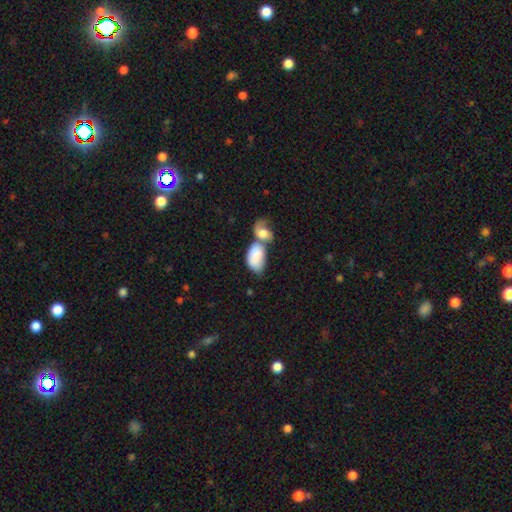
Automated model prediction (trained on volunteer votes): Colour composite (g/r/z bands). It shows a smooth galaxy with no disk features (79%) that is in between round and cigar-shaped (93%). Merging: merger (65%).